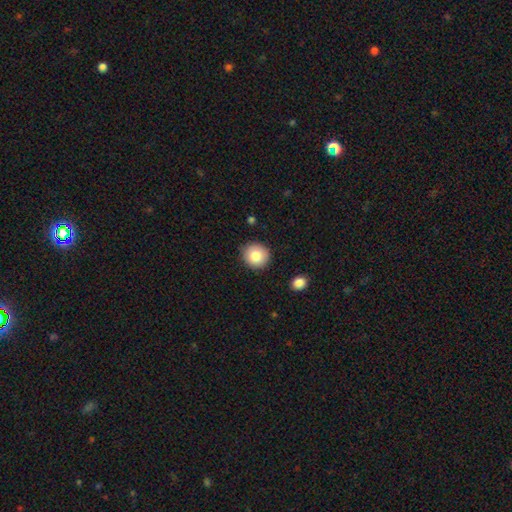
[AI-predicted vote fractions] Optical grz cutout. It shows a smooth galaxy with no disk features (82%) that is round (90%). Merging: none (88%).